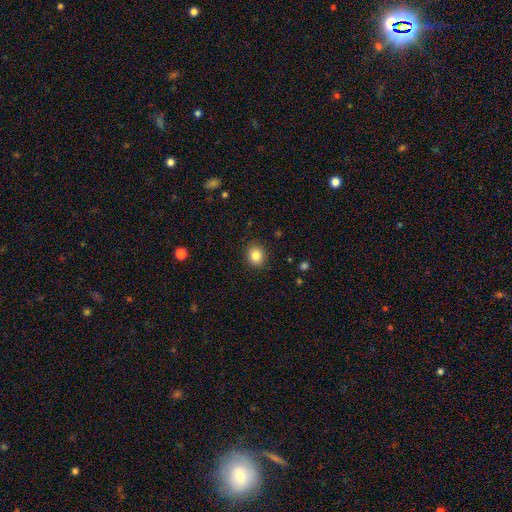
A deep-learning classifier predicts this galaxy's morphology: smooth-or-featured: smooth: 84% | star or artifact: 10% | featured or disk: 6%
  how-rounded: round: 69% | in between: 30% | cigar-shaped: 1%
  merging: none: 90% | minor disturbance: 7% | major disturbance: 2% | merger: 1%